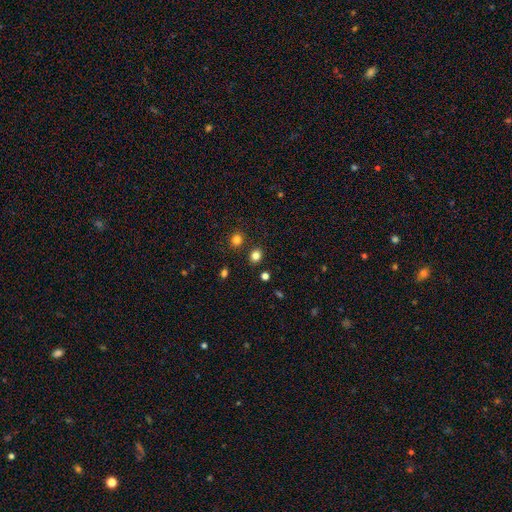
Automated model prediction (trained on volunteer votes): Q: Smooth or featured?
A: smooth (81%); runner-up: star or artifact (14%)
Q: How rounded?
A: round (72%); runner-up: in between (27%)
Q: Merging?
A: none (85%); runner-up: minor disturbance (7%)